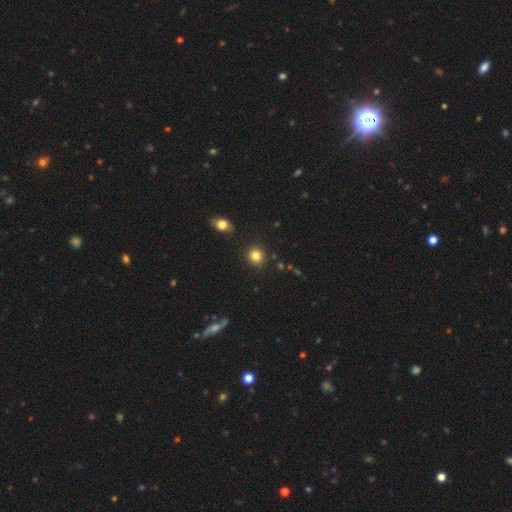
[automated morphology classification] Overall: smooth (82%). How rounded: round (87%). Merging: none (89%).